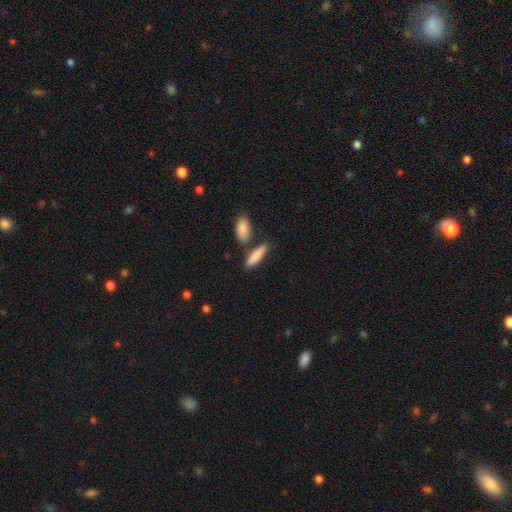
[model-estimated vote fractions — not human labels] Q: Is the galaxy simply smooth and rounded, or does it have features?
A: smooth — 85%.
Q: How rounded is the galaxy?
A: cigar-shaped — 57%.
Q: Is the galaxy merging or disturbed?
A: none — 69%.